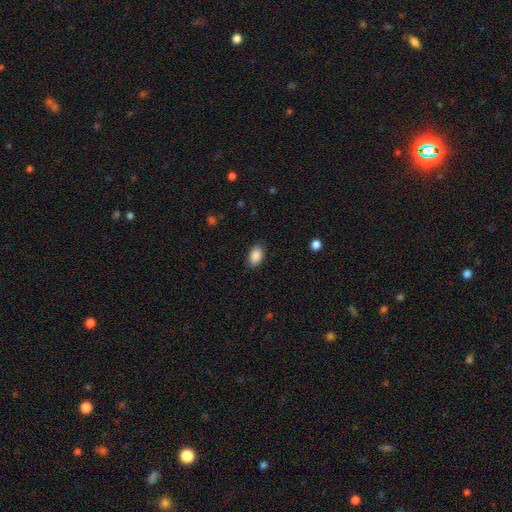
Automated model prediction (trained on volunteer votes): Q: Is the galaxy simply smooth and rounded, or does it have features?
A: smooth — 89%.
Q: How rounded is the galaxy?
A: in between — 91%.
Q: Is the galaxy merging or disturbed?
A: none — 87%.